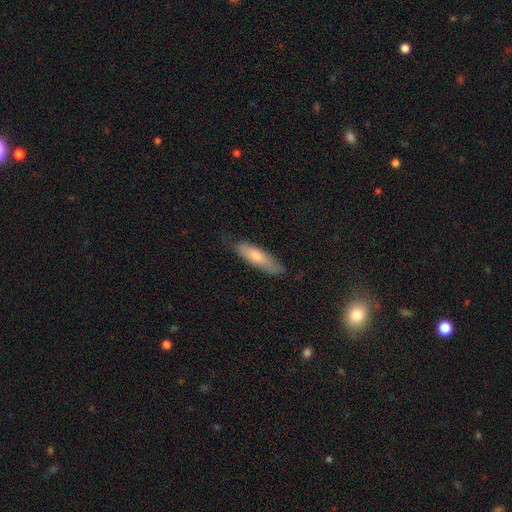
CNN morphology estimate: smooth 65%, featured or disk 29%, star or artifact 6%. Down the decision tree: how rounded — cigar-shaped (66%); merging — none (70%).